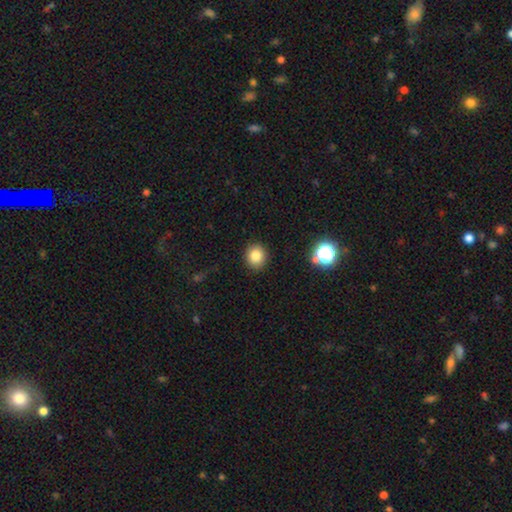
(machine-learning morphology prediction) smooth 81%, star or artifact 12%, featured or disk 7%. Down the decision tree: how rounded — round (83%); merging — none (90%).